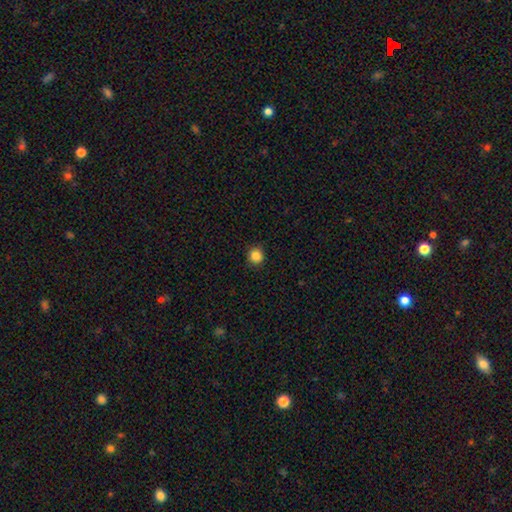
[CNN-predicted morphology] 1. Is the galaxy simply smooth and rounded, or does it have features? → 85% smooth, 11% star or artifact, 4% featured or disk.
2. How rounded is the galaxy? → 93% round, 6% in between, 1% cigar-shaped.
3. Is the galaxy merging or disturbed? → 91% none, 7% minor disturbance, 2% major disturbance, 1% merger.